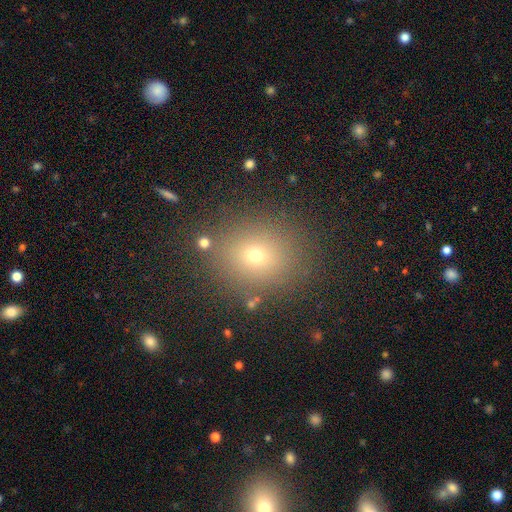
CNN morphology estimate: This is likely a smooth galaxy (68%). How rounded: likely round (68%). Merging: clearly none (84%).